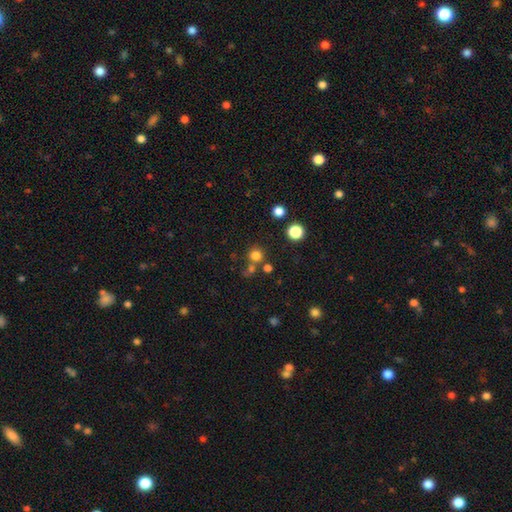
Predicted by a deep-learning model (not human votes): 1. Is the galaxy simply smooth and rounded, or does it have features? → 75% smooth, 18% star or artifact, 6% featured or disk.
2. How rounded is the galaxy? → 92% round, 7% in between, 1% cigar-shaped.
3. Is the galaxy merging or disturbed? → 71% none, 18% merger, 7% minor disturbance, 4% major disturbance.